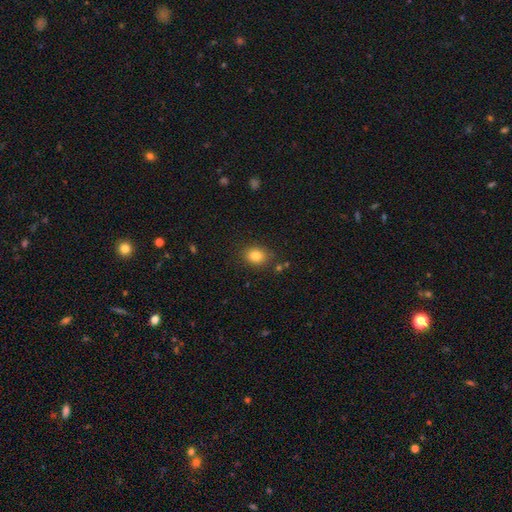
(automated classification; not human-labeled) This is clearly a smooth galaxy (83%). How rounded: possibly in between (53%). Merging: clearly none (84%).